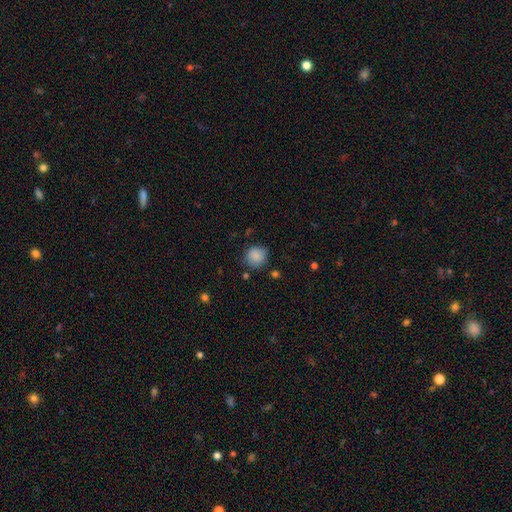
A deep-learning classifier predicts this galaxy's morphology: This is clearly a smooth galaxy (87%). How rounded: clearly round (86%). Merging: likely none (77%).